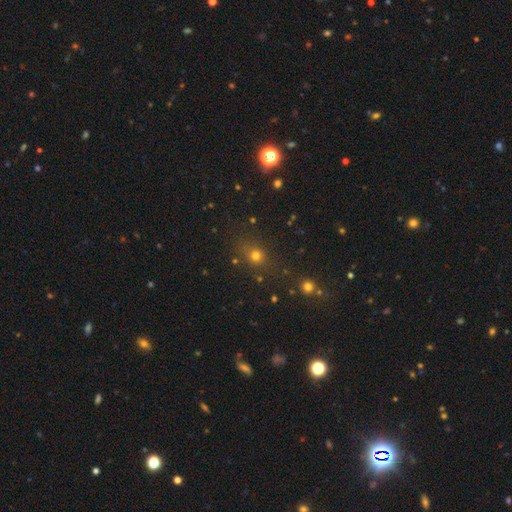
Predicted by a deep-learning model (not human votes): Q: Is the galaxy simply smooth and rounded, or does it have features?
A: smooth — 65%.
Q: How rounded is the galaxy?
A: round — 77%.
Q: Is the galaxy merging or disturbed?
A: none — 79%.